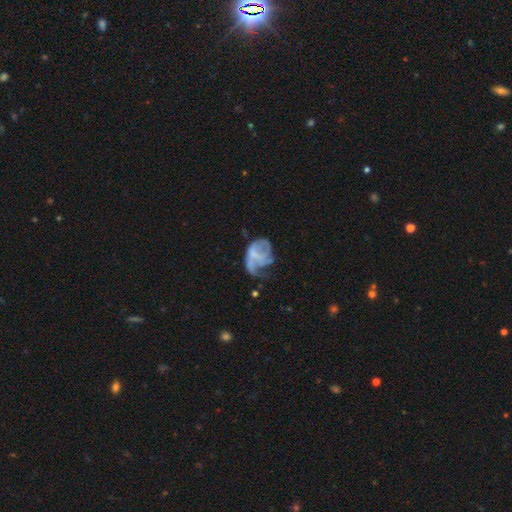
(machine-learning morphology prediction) Smooth or featured? featured or disk (58%)
Edge-on disk? no (98%)
Bar? no (70%)
Spiral arms? no (51%)
Bulge size? none (67%)
Merging? major disturbance (50%)